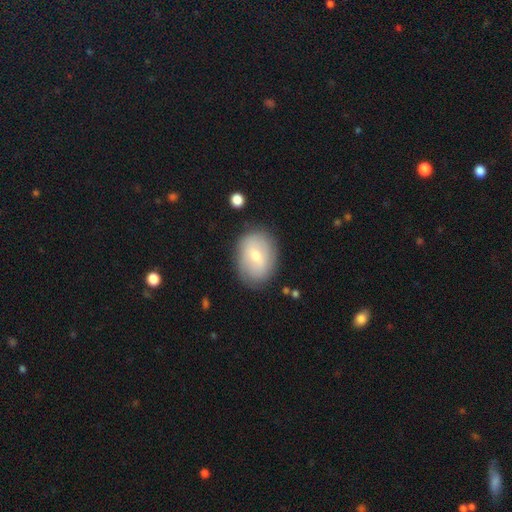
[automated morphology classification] Smooth or featured?
  - smooth: 57% *
  - featured or disk: 35%
  - star or artifact: 8%
How rounded?
  - in between: 72% *
  - round: 27%
  - cigar-shaped: 1%
Merging?
  - none: 83% *
  - minor disturbance: 12%
  - major disturbance: 3%
  - merger: 1%